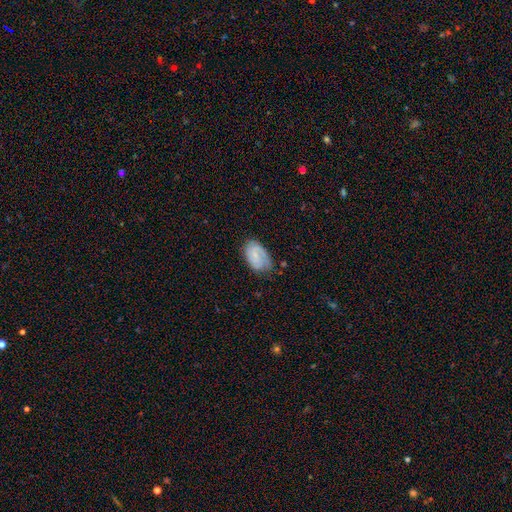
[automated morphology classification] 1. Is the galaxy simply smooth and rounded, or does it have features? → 54% featured or disk, 38% smooth, 7% star or artifact.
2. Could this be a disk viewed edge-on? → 96% no, 4% yes.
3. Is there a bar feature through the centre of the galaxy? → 49% no, 42% weak, 9% strong.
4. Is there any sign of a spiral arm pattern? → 87% yes, 13% no.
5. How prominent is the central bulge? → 62% small, 19% none, 16% moderate, 1% large, 1% dominant.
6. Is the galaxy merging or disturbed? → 64% none, 25% minor disturbance, 8% major disturbance, 2% merger.